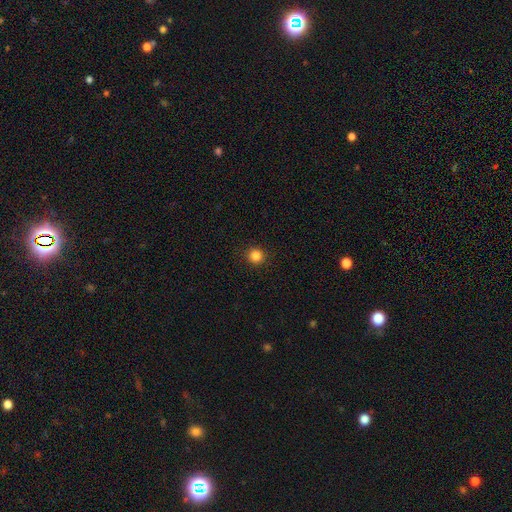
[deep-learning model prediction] A smooth galaxy with no disk features (85%) that is round (94%).

Vote fractions:
- Smooth or featured? smooth: 85% / star or artifact: 12% / featured or disk: 4%
- How rounded? round: 94% / in between: 5% / cigar-shaped: 1%
- Merging? none: 92% / minor disturbance: 5% / major disturbance: 2% / merger: 1%